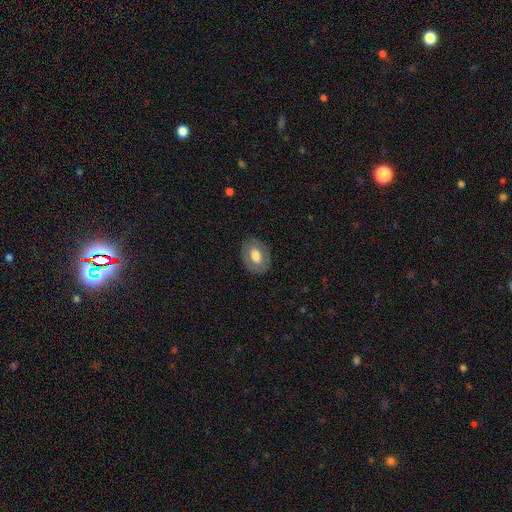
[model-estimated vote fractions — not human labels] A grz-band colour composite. It shows a smooth galaxy with no disk features (59%) that is in between round and cigar-shaped (74%). Merging: none (82%).